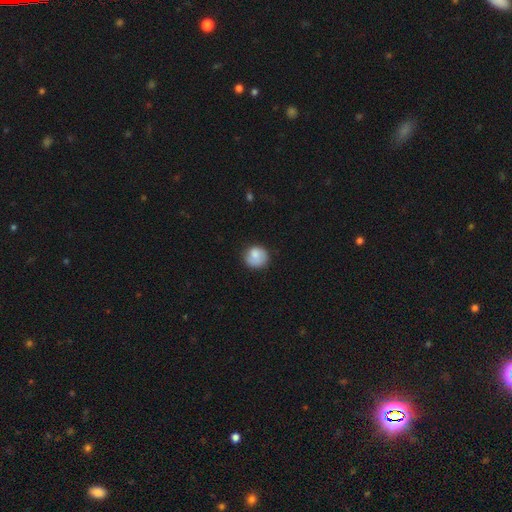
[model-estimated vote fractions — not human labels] Overall: smooth (81%). How rounded: round (87%). Merging: none (73%).